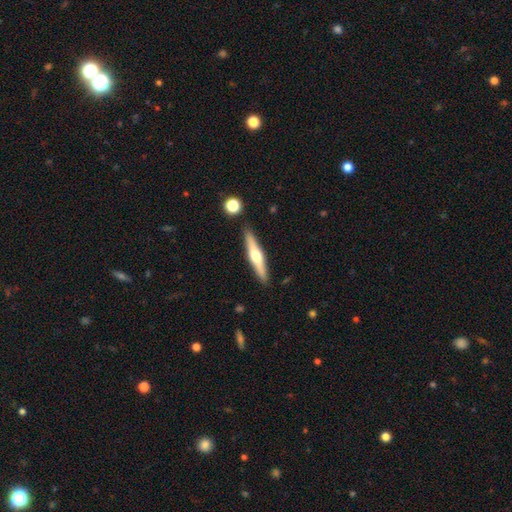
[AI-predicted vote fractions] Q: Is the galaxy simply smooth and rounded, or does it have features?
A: featured or disk — 60%.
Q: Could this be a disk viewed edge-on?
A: yes — 96%.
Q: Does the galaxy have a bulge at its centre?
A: rounded — 91%.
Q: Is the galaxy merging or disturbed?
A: none — 89%.